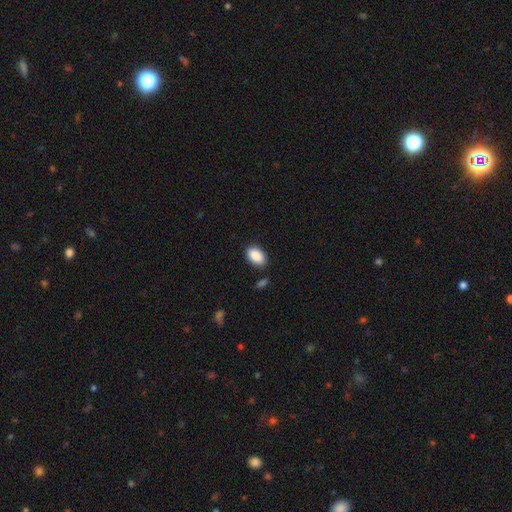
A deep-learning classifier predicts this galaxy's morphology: Smooth or featured?
  - smooth: 90% *
  - star or artifact: 7%
  - featured or disk: 4%
How rounded?
  - in between: 92% *
  - round: 7%
  - cigar-shaped: 1%
Merging?
  - none: 83% *
  - minor disturbance: 11%
  - merger: 3%
  - major disturbance: 3%